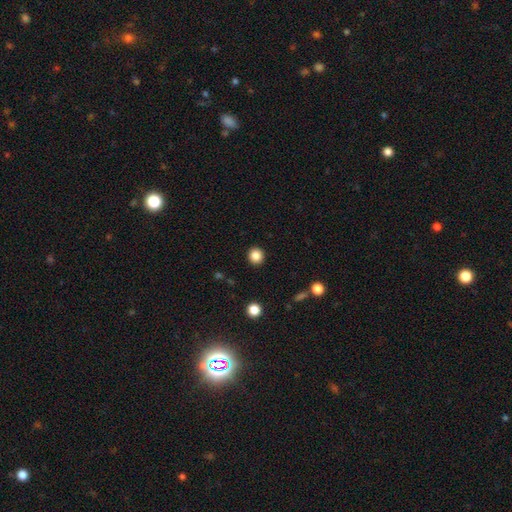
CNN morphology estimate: type=smooth (85%); roundness=round (91%); merging=none (92%).